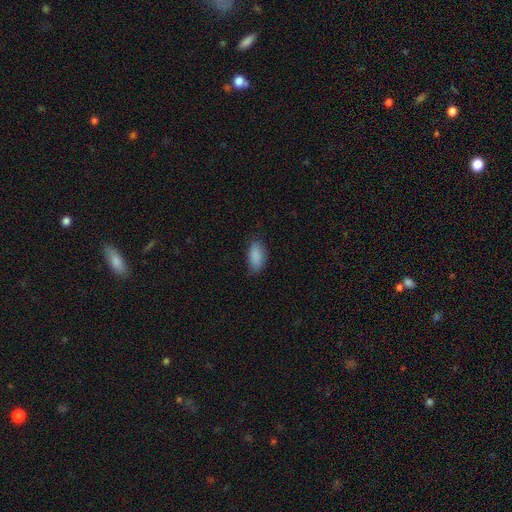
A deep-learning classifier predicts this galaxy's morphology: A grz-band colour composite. It shows a smooth galaxy with no disk features (89%) that is in between round and cigar-shaped (92%). Merging: none (80%).